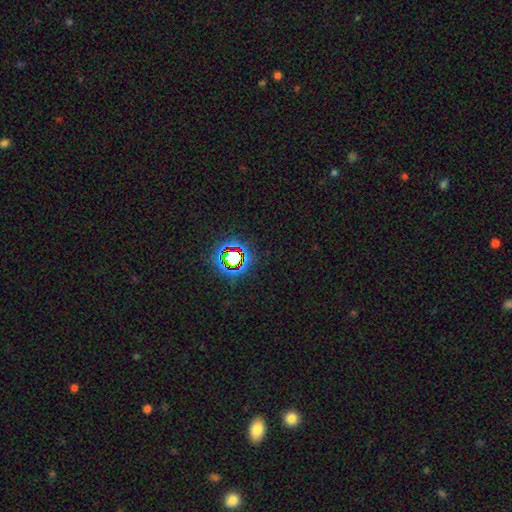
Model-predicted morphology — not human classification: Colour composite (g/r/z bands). It shows a star or artifact, not a galaxy (59%).